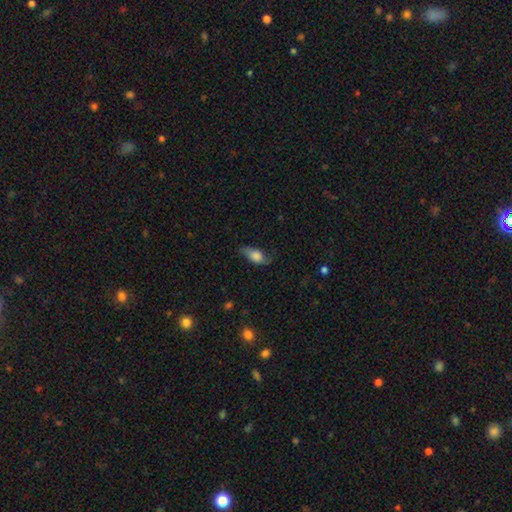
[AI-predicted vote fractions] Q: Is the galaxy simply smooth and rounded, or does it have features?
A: smooth — 69%.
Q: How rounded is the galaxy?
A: in between — 84%.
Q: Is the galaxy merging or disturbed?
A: none — 60%.